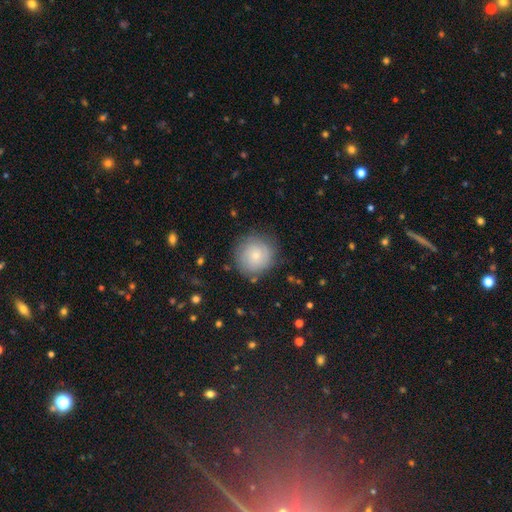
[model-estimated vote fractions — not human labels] Smooth or featured: smooth — 60% (featured or disk — 31%)
How rounded: round — 92% (in between — 7%)
Merging: none — 81% (minor disturbance — 13%)